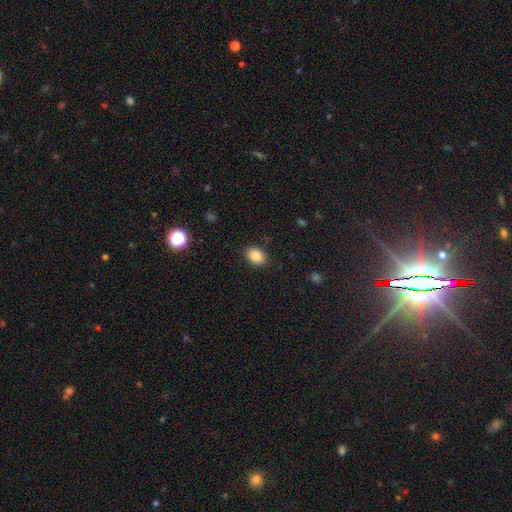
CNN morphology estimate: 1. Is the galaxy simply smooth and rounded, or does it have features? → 85% smooth, 9% star or artifact, 6% featured or disk.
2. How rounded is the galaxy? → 73% in between, 26% round, 1% cigar-shaped.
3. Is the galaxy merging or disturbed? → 88% none, 9% minor disturbance, 2% major disturbance, 1% merger.